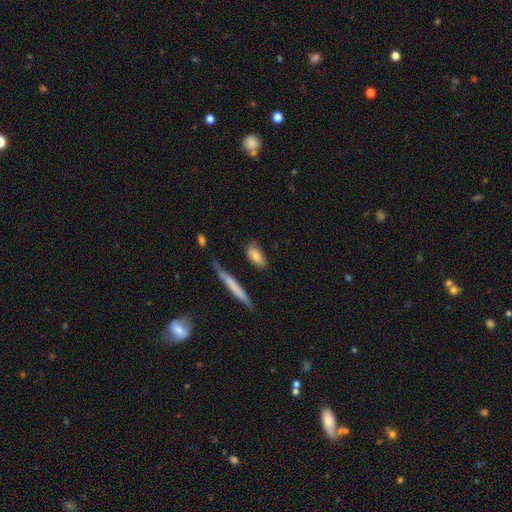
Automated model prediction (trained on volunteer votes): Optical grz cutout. It shows a smooth galaxy with no disk features (79%) that is in between round and cigar-shaped (69%). Merging: none (67%).